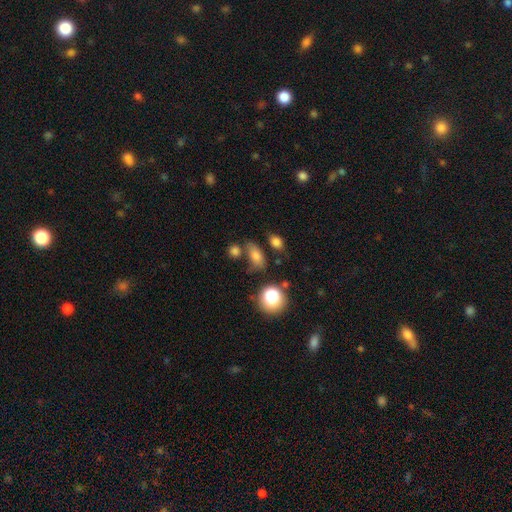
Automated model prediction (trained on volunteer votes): Smooth or featured? Predicted: smooth (p=0.77). How rounded? Predicted: in between (p=0.77). Merging? Predicted: none (p=0.66).